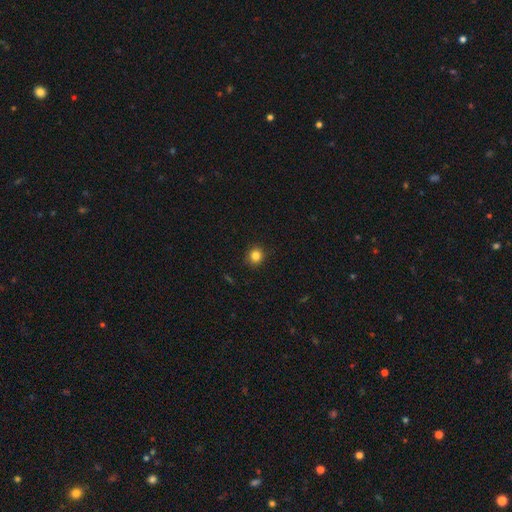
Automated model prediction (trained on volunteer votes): Smooth or featured: smooth — 84% (star or artifact — 12%)
How rounded: round — 88% (in between — 11%)
Merging: none — 91% (minor disturbance — 7%)